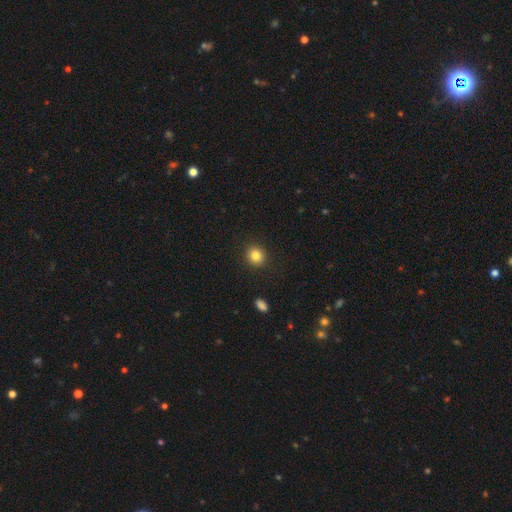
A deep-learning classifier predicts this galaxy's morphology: smooth 84%, star or artifact 11%, featured or disk 6%. Down the decision tree: how rounded — round (87%); merging — none (91%).